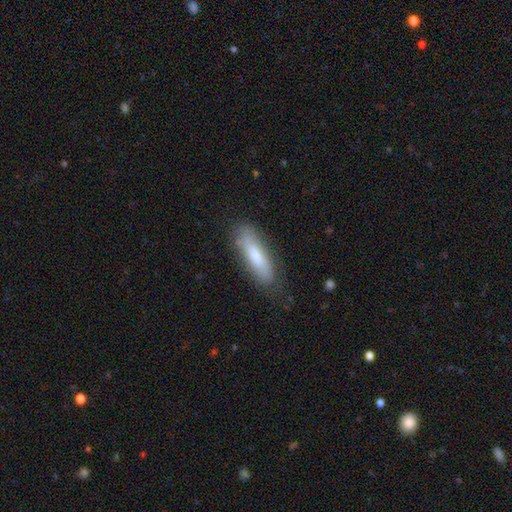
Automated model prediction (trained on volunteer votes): Smooth or featured? Predicted: smooth (p=0.72). How rounded? Predicted: cigar-shaped (p=0.58). Merging? Predicted: none (p=0.78).